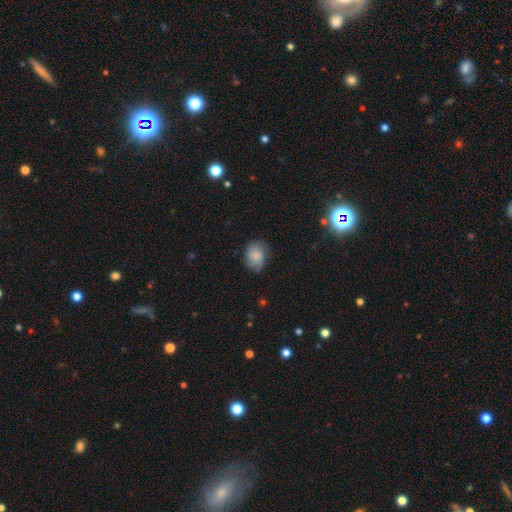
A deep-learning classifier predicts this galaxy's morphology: This appears to be a smooth galaxy with no disk features (67%) that is in between round and cigar-shaped (54%). Merging: none (65%).